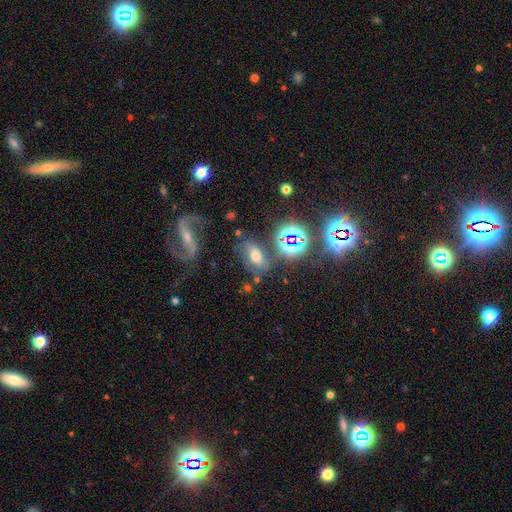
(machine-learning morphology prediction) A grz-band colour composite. It shows a smooth galaxy with no disk features (38%). Merging: none (56%).